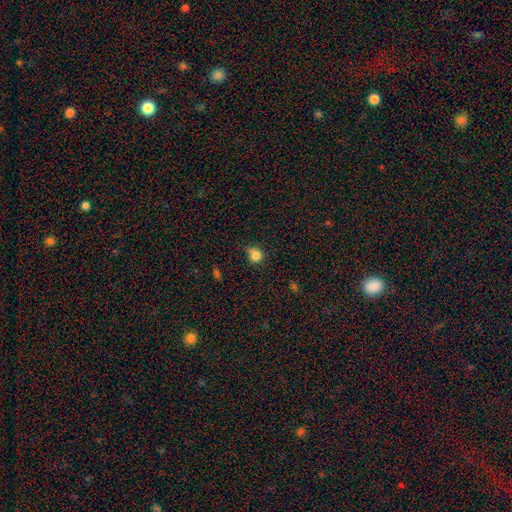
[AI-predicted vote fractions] The model was most divided on "merging": none: 55%, minor disturbance: 31%, major disturbance: 8%, merger: 6%. More confident: smooth or featured — smooth (82%); how rounded — round (79%).